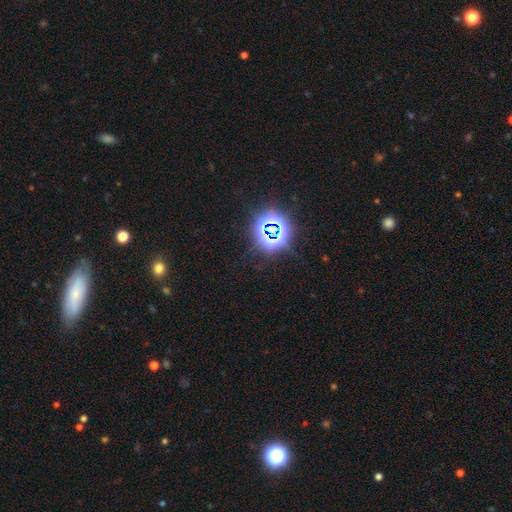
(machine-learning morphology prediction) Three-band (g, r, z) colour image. It shows a star or artifact, not a galaxy (76%).